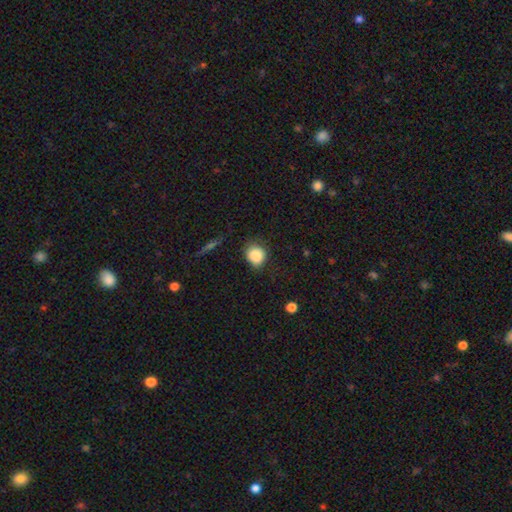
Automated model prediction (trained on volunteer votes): Smooth or featured: smooth — 86% (star or artifact — 9%)
How rounded: round — 76% (in between — 23%)
Merging: none — 69% (minor disturbance — 22%)